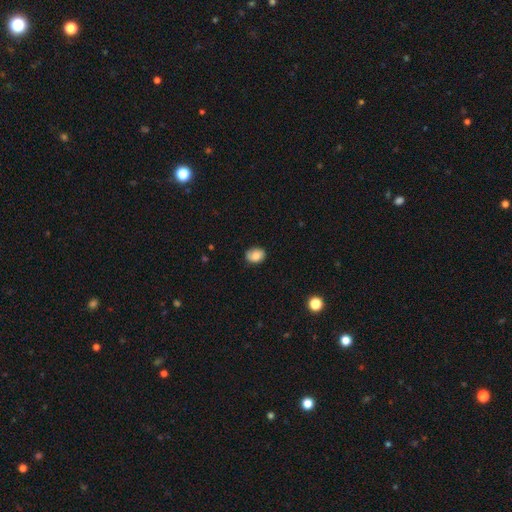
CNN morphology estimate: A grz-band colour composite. It shows a smooth galaxy with no disk features (82%) that is in between round and cigar-shaped (67%). Merging: none (77%).